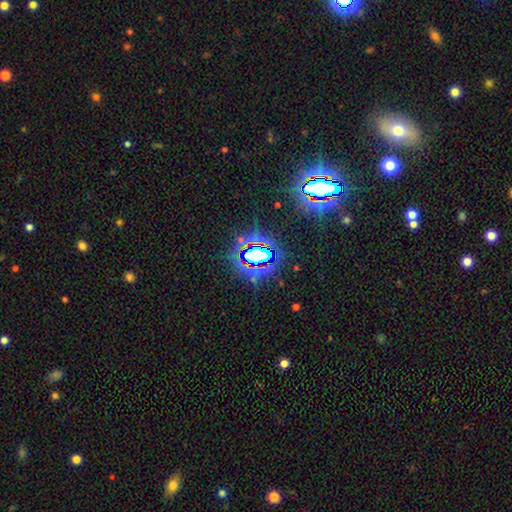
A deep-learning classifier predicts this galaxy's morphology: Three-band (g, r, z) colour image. It shows a star or artifact, not a galaxy (72%).